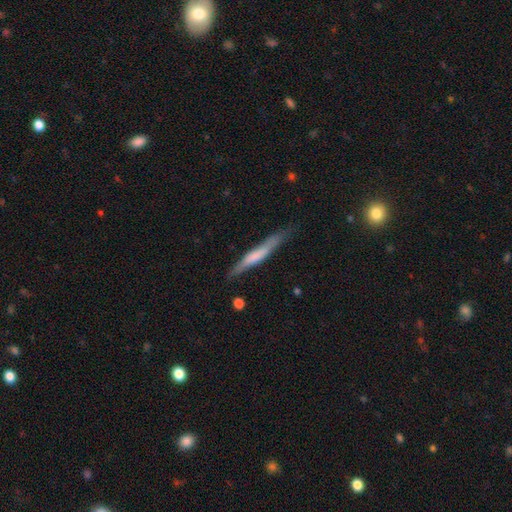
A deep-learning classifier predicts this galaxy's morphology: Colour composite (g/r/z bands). It shows a smooth galaxy with no disk features (52%) that is cigar-shaped (95%). Merging: none (76%).